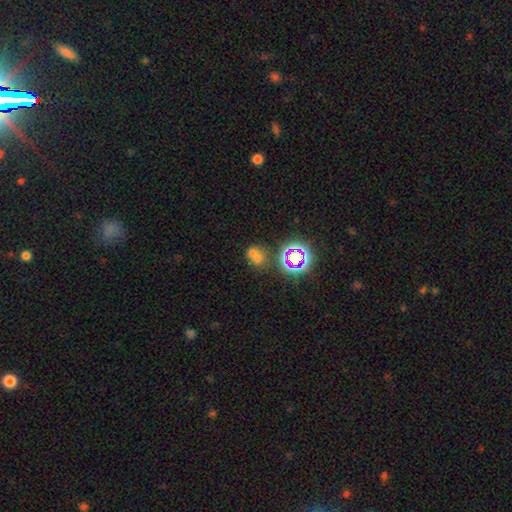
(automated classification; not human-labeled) Morphology: type=smooth (58%); roundness=round (56%); merging=merger (47%).